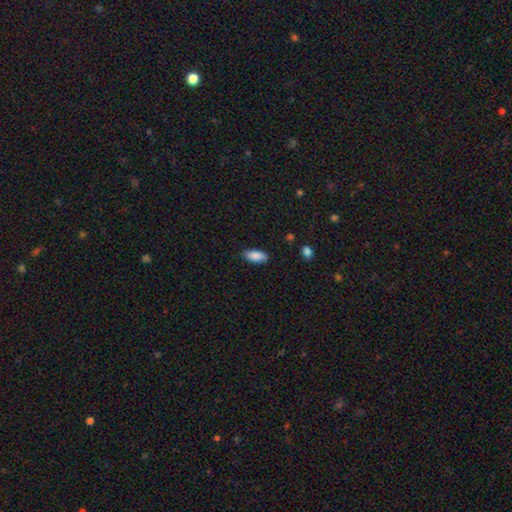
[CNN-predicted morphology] Smooth or featured?
  - smooth: 87% *
  - star or artifact: 7%
  - featured or disk: 6%
How rounded?
  - in between: 87% *
  - cigar-shaped: 11%
  - round: 2%
Merging?
  - none: 82% *
  - minor disturbance: 15%
  - major disturbance: 2%
  - merger: 1%